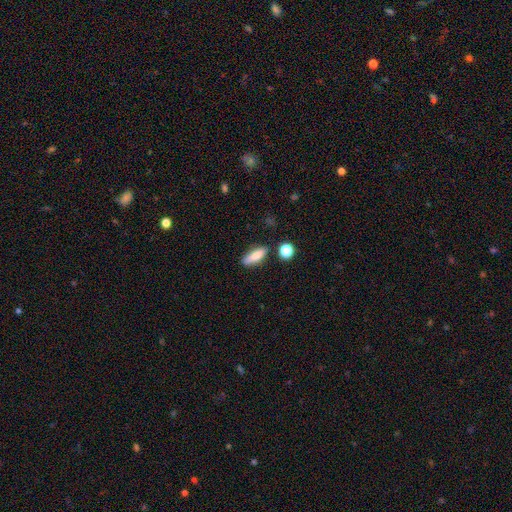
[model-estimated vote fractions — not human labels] Smooth or featured? Predicted: smooth (p=0.78). How rounded? Predicted: in between (p=0.56). Merging? Predicted: none (p=0.80).